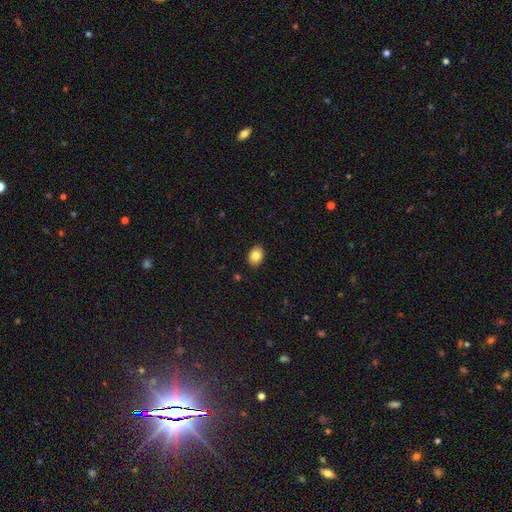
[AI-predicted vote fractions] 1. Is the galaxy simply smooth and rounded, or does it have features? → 83% smooth, 9% featured or disk, 8% star or artifact.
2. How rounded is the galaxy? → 71% in between, 28% round, 1% cigar-shaped.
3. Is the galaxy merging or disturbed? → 90% none, 8% minor disturbance, 2% major disturbance, 1% merger.